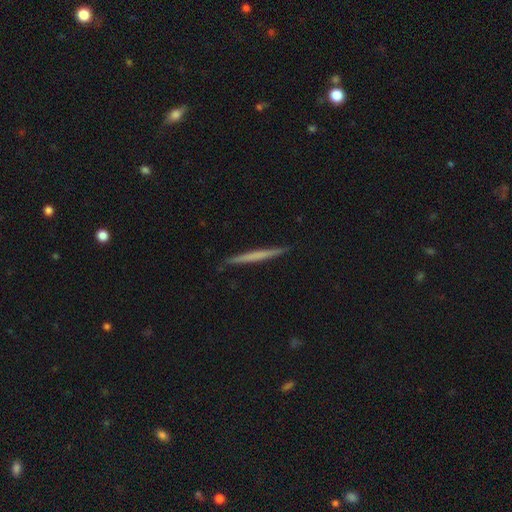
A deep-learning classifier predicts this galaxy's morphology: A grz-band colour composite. It shows a smooth galaxy with no disk features (50%) that is cigar-shaped (97%). Merging: none (91%).